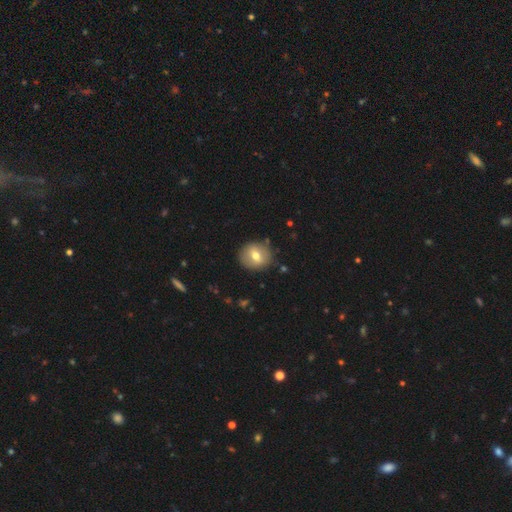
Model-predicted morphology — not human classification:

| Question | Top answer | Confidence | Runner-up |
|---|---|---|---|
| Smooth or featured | smooth | 63% | featured or disk (29%) |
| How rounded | round | 84% | in between (15%) |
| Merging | none | 87% | minor disturbance (9%) |